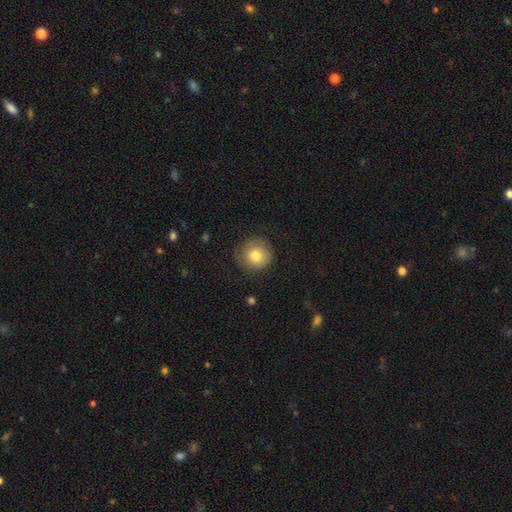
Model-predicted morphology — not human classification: A smooth galaxy with no disk features (74%) that is round (93%).

Vote fractions:
- Smooth or featured? smooth: 74% / featured or disk: 18% / star or artifact: 8%
- How rounded? round: 93% / in between: 6% / cigar-shaped: 1%
- Merging? none: 77% / minor disturbance: 16% / major disturbance: 6% / merger: 1%